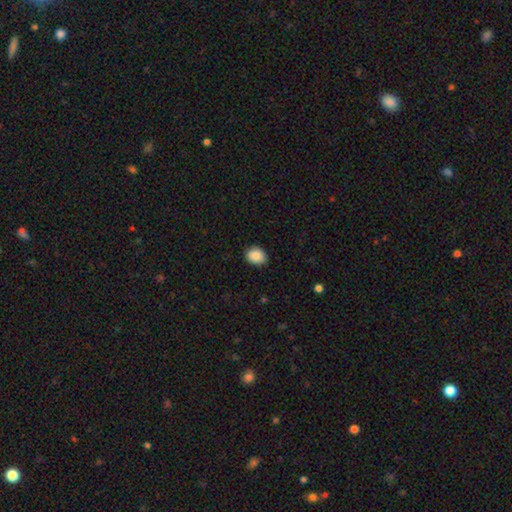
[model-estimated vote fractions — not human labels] smooth-or-featured: smooth: 88% | star or artifact: 8% | featured or disk: 4%
  how-rounded: in between: 53% | round: 46% | cigar-shaped: 1%
  merging: none: 86% | minor disturbance: 11% | major disturbance: 2% | merger: 1%